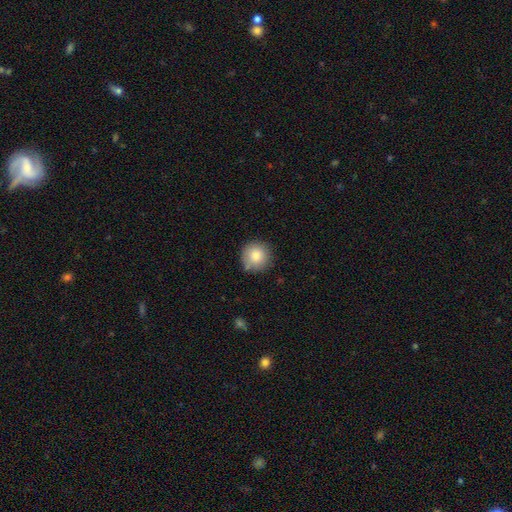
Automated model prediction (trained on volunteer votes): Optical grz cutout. It shows a smooth galaxy with no disk features (83%) that is round (94%). Merging: none (83%).